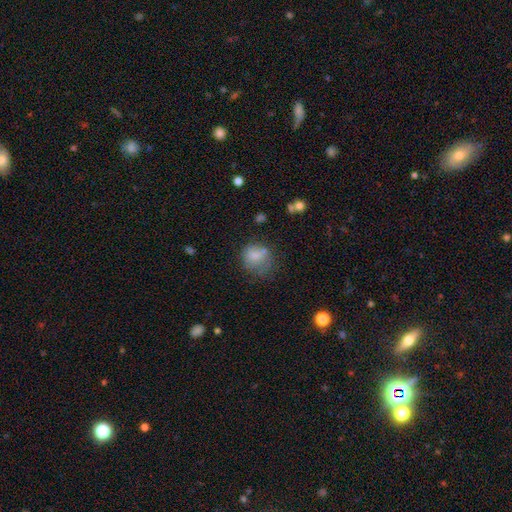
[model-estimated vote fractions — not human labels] Smooth or featured? Predicted: smooth (p=0.74). How rounded? Predicted: round (p=0.70). Merging? Predicted: none (p=0.45).